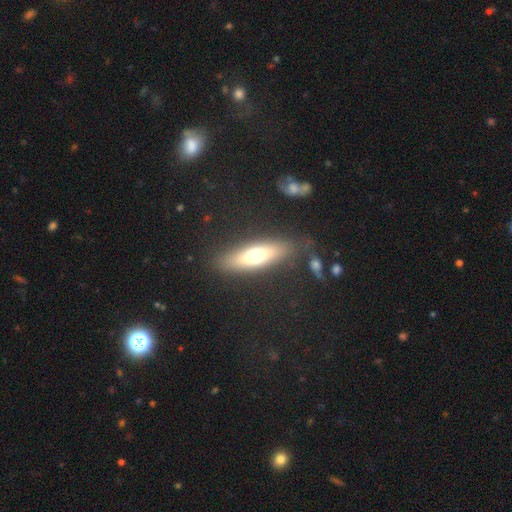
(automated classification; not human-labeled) smooth_or_featured: smooth (p=0.56) [alt: featured or disk p=0.36]
how_rounded: cigar-shaped (p=0.52) [alt: in between p=0.45]
merging: none (p=0.83) [alt: minor disturbance p=0.10]